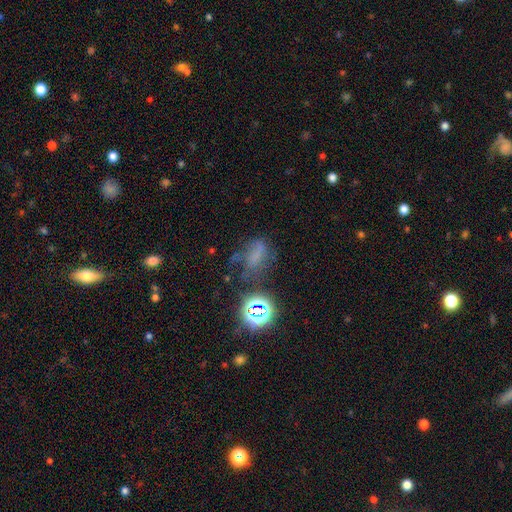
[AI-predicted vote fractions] smooth-or-featured: smooth: 42% | star or artifact: 33% | featured or disk: 25%
  merging: none: 40% | major disturbance: 28% | minor disturbance: 25% | merger: 8%